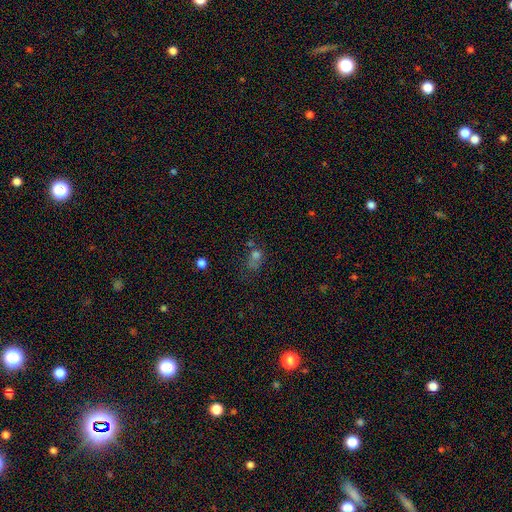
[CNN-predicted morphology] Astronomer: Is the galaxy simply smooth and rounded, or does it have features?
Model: smooth — 62%.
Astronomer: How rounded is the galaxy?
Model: round — 52% (runner-up: in between, 46%).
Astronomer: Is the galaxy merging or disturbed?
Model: none — 36% (runner-up: merger, 23%).